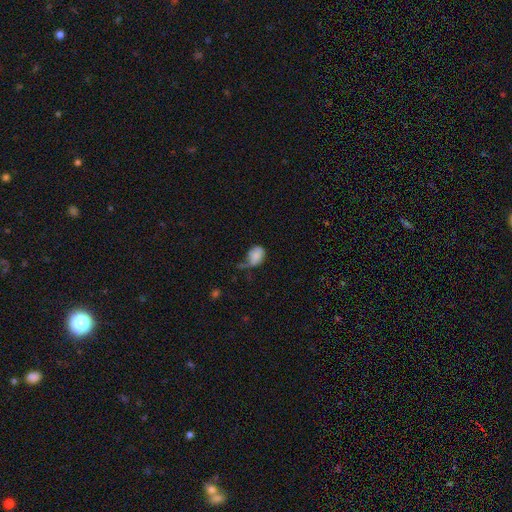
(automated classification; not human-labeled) Smooth or featured?
  - smooth: 74% *
  - featured or disk: 17%
  - star or artifact: 9%
How rounded?
  - in between: 66% *
  - round: 33%
  - cigar-shaped: 1%
Merging?
  - major disturbance: 33% *
  - minor disturbance: 31%
  - none: 27%
  - merger: 10%